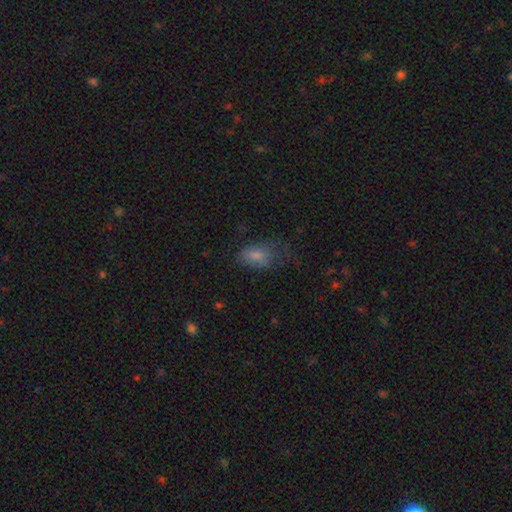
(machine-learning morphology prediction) This appears to be a smooth galaxy with no disk features (76%) that is in between round and cigar-shaped (87%). Merging: none (46%).